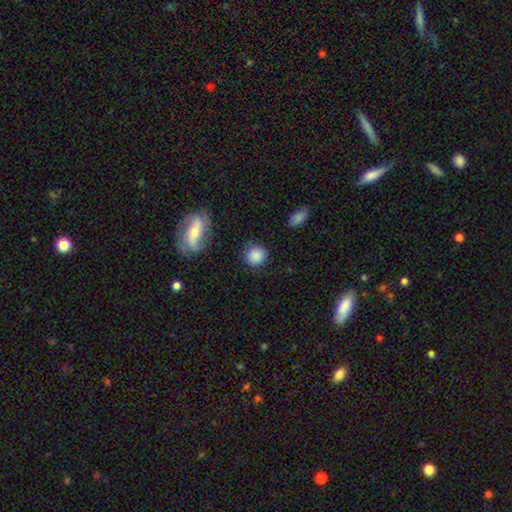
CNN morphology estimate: Smooth or featured?
  - smooth: 84% *
  - star or artifact: 8%
  - featured or disk: 7%
How rounded?
  - round: 88% *
  - in between: 11%
  - cigar-shaped: 1%
Merging?
  - none: 84% *
  - minor disturbance: 10%
  - major disturbance: 4%
  - merger: 2%